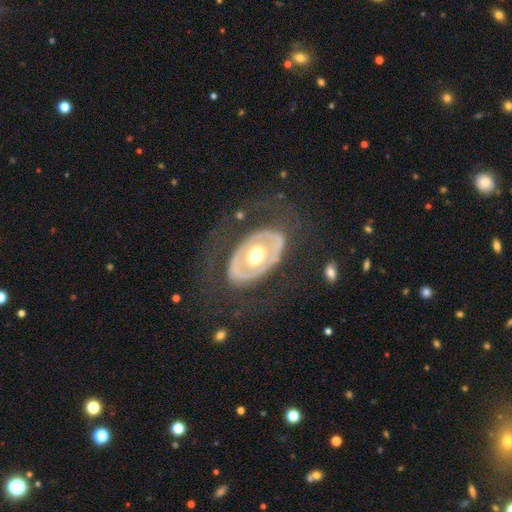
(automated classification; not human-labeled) A featured or disk galaxy (69%) with no bar (83%), no spiral arms (70%) and a moderate central bulge (61%).

Vote fractions:
- Smooth or featured? featured or disk: 69% / smooth: 26% / star or artifact: 5%
- Edge-on disk? no: 92% / yes: 8%
- Bar? no: 83% / weak: 11% / strong: 5%
- Spiral arms? no: 70% / yes: 30%
- Bulge size? moderate: 61% / large: 31% / small: 4% / dominant: 3% / none: 1%
- Merging? none: 64% / major disturbance: 19% / minor disturbance: 15% / merger: 2%